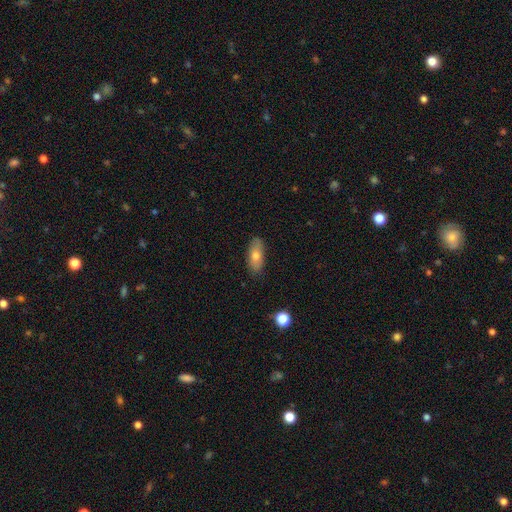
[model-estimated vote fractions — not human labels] smooth 72%, featured or disk 21%, star or artifact 7%. Down the decision tree: how rounded — in between (81%); merging — none (84%).